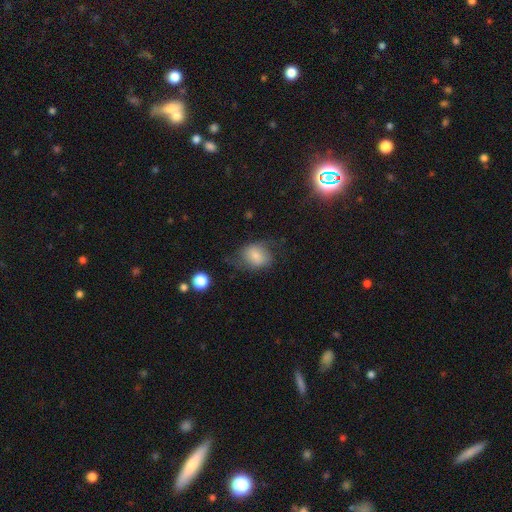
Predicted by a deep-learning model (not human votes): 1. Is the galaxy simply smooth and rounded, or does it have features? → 67% smooth, 23% featured or disk, 9% star or artifact.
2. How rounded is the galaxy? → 52% in between, 47% round, 1% cigar-shaped.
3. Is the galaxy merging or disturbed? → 51% none, 27% minor disturbance, 20% major disturbance, 2% merger.